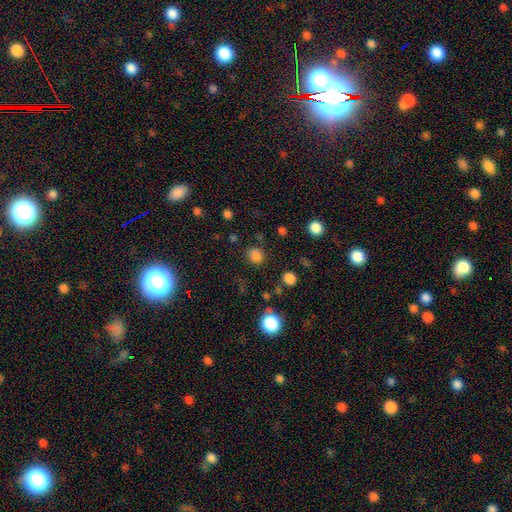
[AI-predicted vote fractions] Smooth or featured? Predicted: smooth (p=0.78). How rounded? Predicted: round (p=0.75). Merging? Predicted: none (p=0.80).